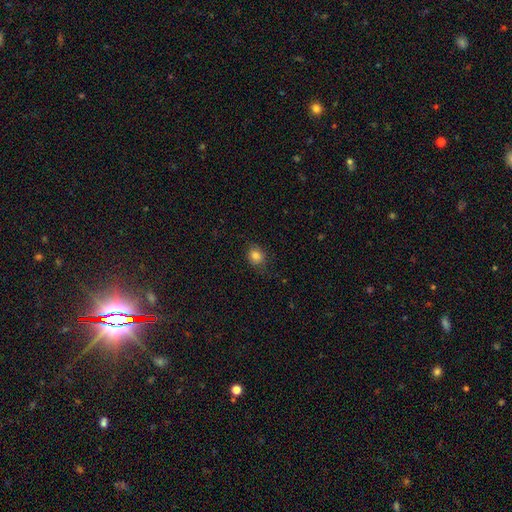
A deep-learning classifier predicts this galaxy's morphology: This appears to be a smooth galaxy with no disk features (83%) that is round (60%). Merging: none (77%).